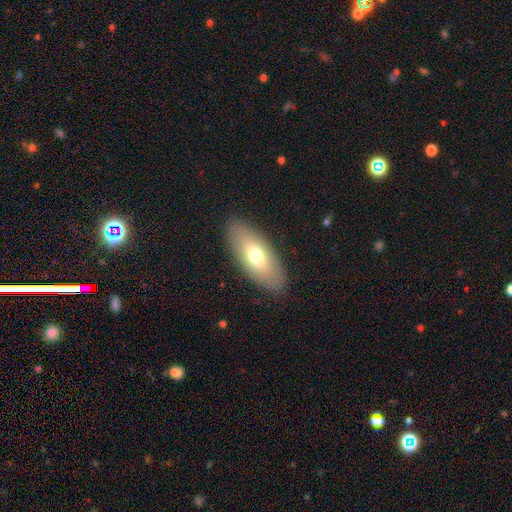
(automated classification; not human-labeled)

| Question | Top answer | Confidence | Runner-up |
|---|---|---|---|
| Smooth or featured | smooth | 67% | featured or disk (26%) |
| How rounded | in between | 84% | cigar-shaped (13%) |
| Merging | none | 87% | minor disturbance (9%) |